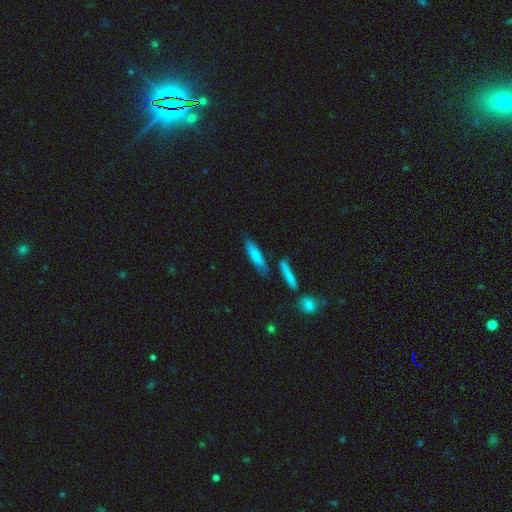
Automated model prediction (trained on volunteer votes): The model was most divided on "how rounded": cigar-shaped: 67%, in between: 31%, round: 2%. More confident: smooth or featured — smooth (76%); merging — none (68%).